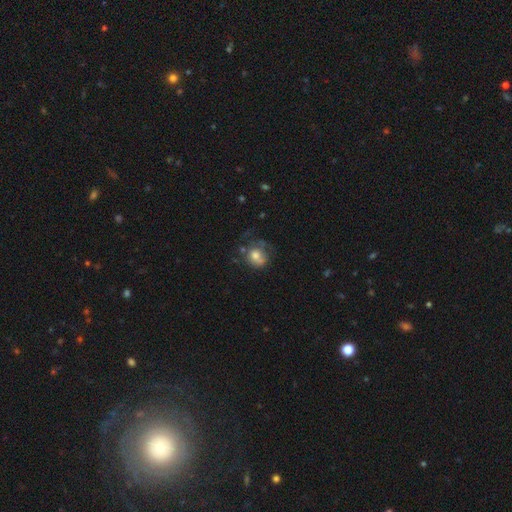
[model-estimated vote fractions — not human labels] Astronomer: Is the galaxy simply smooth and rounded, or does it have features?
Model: smooth — 63%.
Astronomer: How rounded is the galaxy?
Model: round — 70%.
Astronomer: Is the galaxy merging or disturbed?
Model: none — 39% (runner-up: major disturbance, 28%).